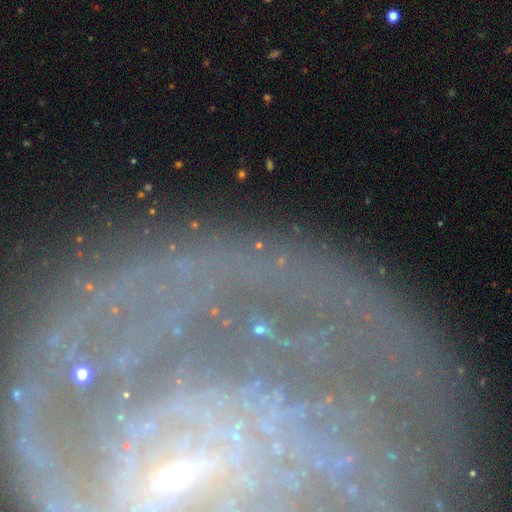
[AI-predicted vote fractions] A featured or disk galaxy (68%) with no bar (38%), spiral arms (72%) and a small central bulge (52%). Merging: none (69%).